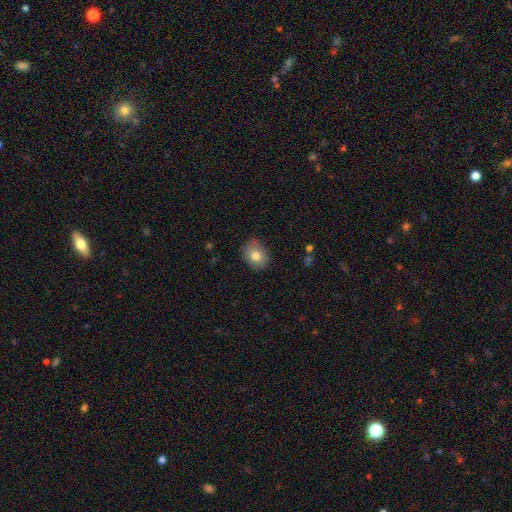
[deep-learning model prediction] Overall: smooth (79%). How rounded: in between (56%; round 43%). Merging: none (81%).